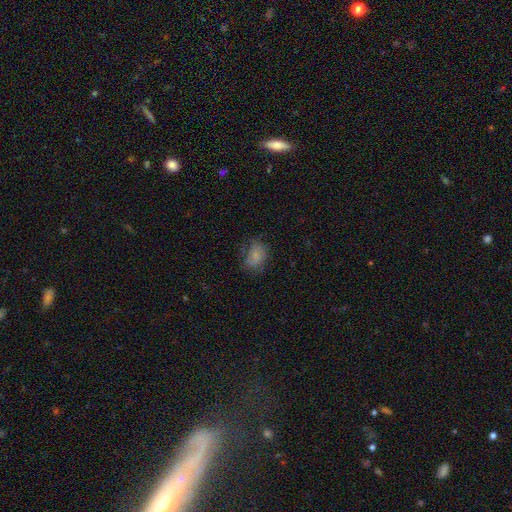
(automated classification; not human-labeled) The model was most divided on "merging": none: 59%, minor disturbance: 26%, major disturbance: 13%, merger: 1%. More confident: how rounded — in between (68%); smooth or featured — smooth (67%).